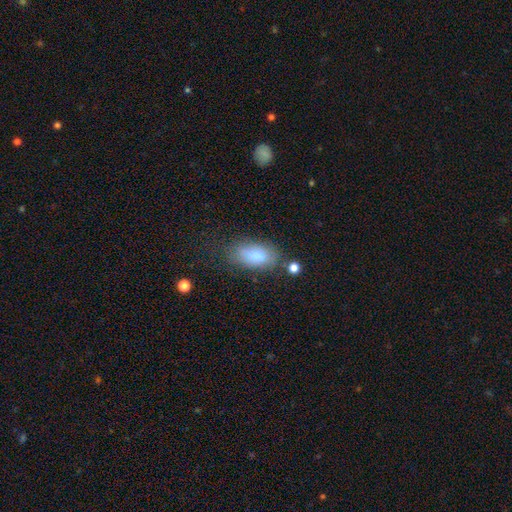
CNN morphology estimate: The model was most divided on "merging": none: 64%, minor disturbance: 22%, major disturbance: 8%, merger: 6%. More confident: how rounded — in between (91%); smooth or featured — smooth (83%).